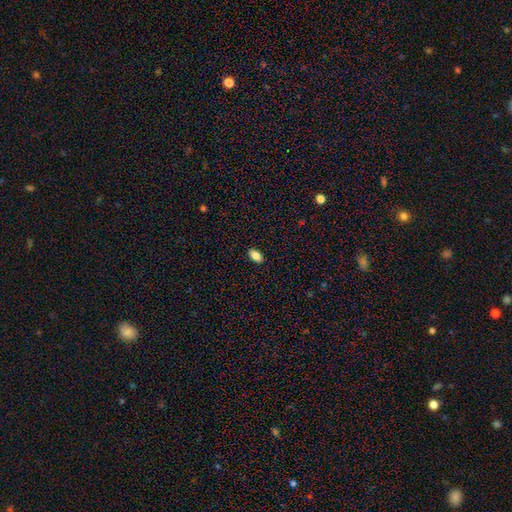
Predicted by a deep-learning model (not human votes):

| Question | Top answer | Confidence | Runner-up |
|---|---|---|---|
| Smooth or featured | smooth | 85% | star or artifact (9%) |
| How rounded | in between | 90% | round (8%) |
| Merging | none | 89% | minor disturbance (8%) |